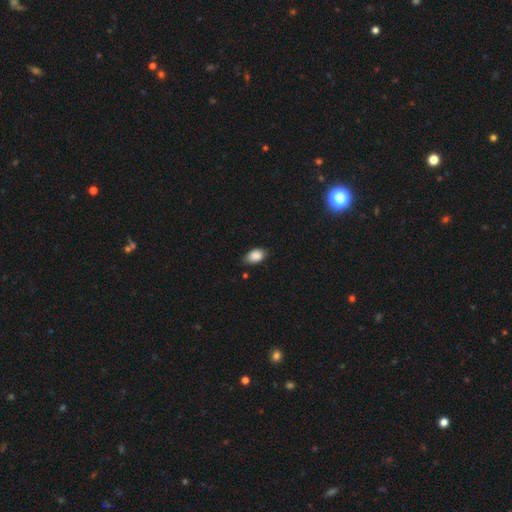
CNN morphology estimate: Smooth or featured?
  - smooth: 88% *
  - star or artifact: 8%
  - featured or disk: 5%
How rounded?
  - in between: 88% *
  - round: 11%
  - cigar-shaped: 1%
Merging?
  - none: 72% *
  - minor disturbance: 23%
  - major disturbance: 3%
  - merger: 1%